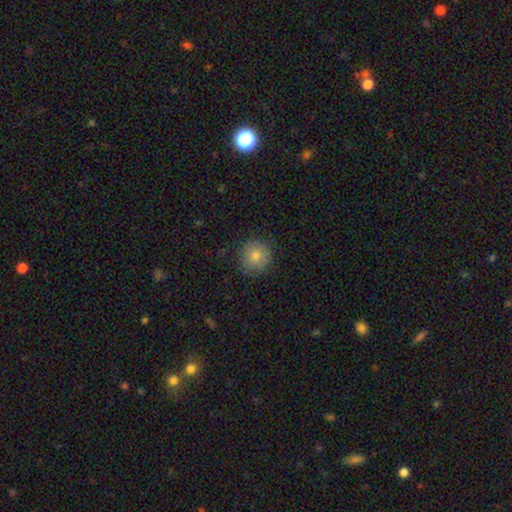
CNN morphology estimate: A smooth galaxy with no disk features (78%) that is round (94%). Merging: none (87%).